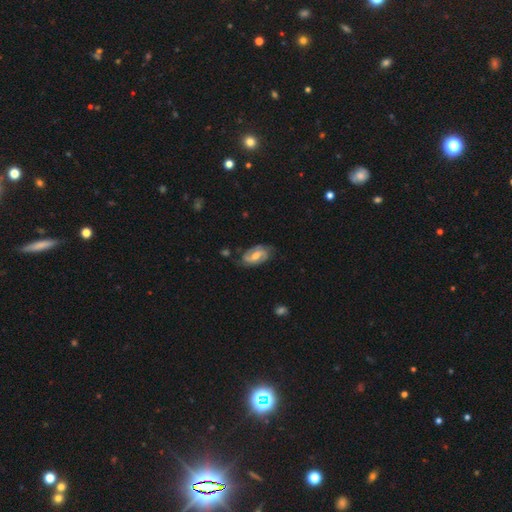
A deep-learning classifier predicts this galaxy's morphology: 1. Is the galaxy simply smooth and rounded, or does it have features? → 71% featured or disk, 23% smooth, 6% star or artifact.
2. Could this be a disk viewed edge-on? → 96% no, 4% yes.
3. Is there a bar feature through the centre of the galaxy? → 51% weak, 26% no, 23% strong.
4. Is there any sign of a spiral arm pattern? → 91% yes, 9% no.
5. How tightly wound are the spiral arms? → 45% medium, 32% tight, 23% loose.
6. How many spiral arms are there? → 86% 2, 8% can't tell, 2% 1, 2% 3, 1% 4, 1% more than 4.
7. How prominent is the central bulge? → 63% moderate, 26% small, 7% large, 3% none, 1% dominant.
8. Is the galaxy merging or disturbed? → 76% none, 18% minor disturbance, 4% major disturbance, 2% merger.